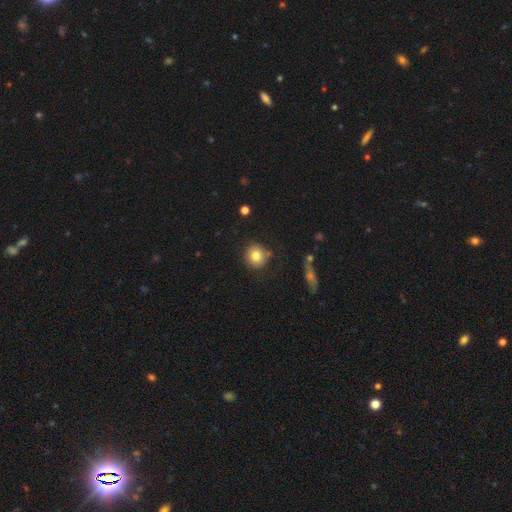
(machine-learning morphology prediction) smooth-or-featured: smooth: 80% | star or artifact: 10% | featured or disk: 9%
  how-rounded: round: 90% | in between: 9% | cigar-shaped: 1%
  merging: none: 81% | minor disturbance: 11% | merger: 5% | major disturbance: 3%